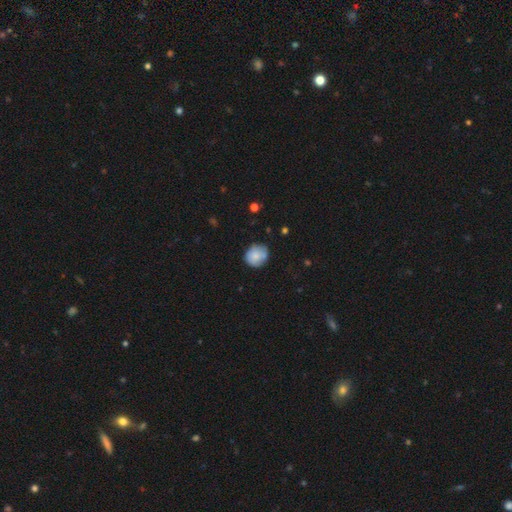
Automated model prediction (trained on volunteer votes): The model was most divided on "merging": none: 65%, minor disturbance: 25%, major disturbance: 5%, merger: 4%. More confident: smooth or featured — smooth (77%); how rounded — round (76%).